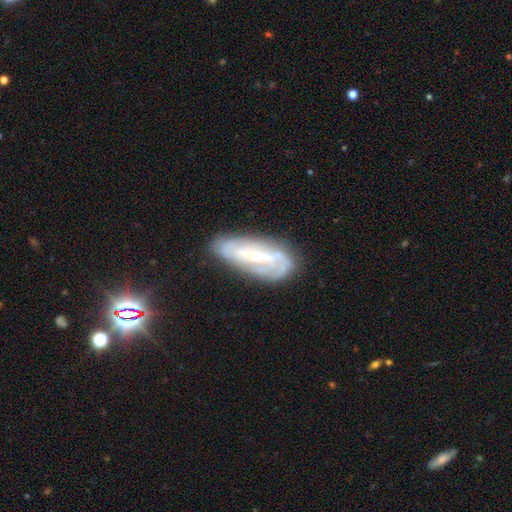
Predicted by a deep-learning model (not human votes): This is likely a featured or disk galaxy (72%). It is clearly not viewed edge-on (87%). Bar: marginally strong (43%). Spiral arm pattern: clearly yes (81%). Spiral arm count: marginally can't tell (43%). Spiral winding: possibly tight (49%). Central bulge: possibly small (58%). Merging: likely none (71%).